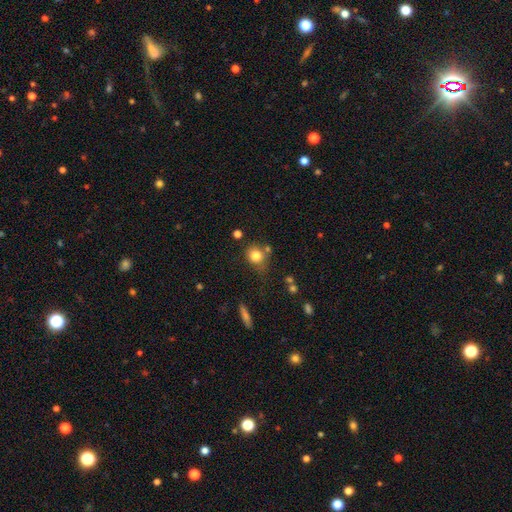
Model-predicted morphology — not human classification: A smooth galaxy with no disk features (81%) that is round (79%).

Vote fractions:
- Smooth or featured? smooth: 81% / star or artifact: 11% / featured or disk: 8%
- How rounded? round: 79% / in between: 20% / cigar-shaped: 1%
- Merging? none: 66% / minor disturbance: 18% / merger: 11% / major disturbance: 6%